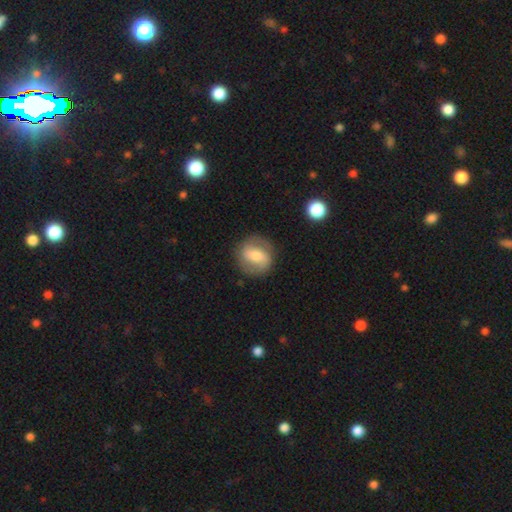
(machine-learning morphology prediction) Smooth or featured? featured or disk (52%)
Edge-on disk? no (96%)
Merging? none (83%)